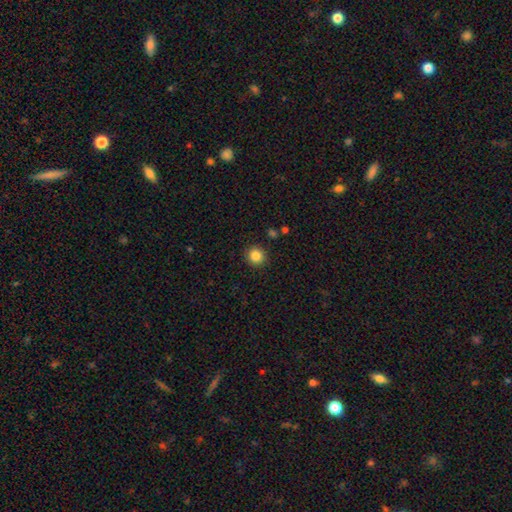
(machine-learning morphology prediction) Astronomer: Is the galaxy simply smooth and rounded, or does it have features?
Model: smooth — 85%.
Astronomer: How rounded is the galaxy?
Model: round — 92%.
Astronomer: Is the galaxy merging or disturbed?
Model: none — 91%.